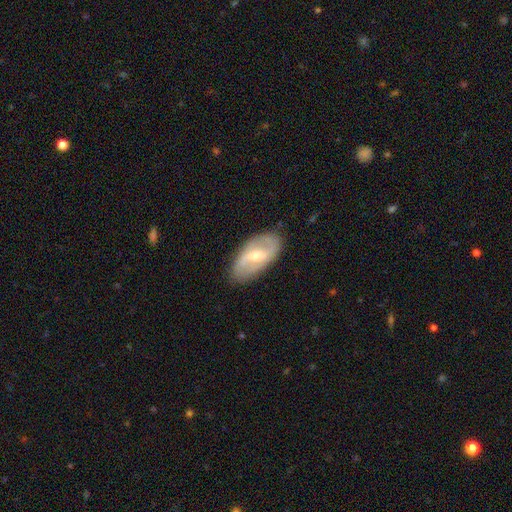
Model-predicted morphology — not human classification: The model was most divided on "bulge size": moderate: 50%, small: 44%, large: 3%, none: 2%, dominant: 1%. Remaining: edge-on disk — no (92%); merging — none (82%); spiral arms — yes (72%); smooth or featured — featured or disk (68%); bar — weak (47%).